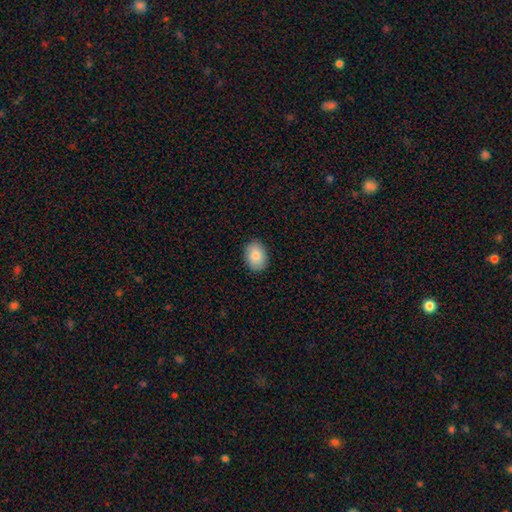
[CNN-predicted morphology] The model was most divided on "how rounded": in between: 78%, round: 22%, cigar-shaped: 1%. More confident: merging — none (88%); smooth or featured — smooth (86%).